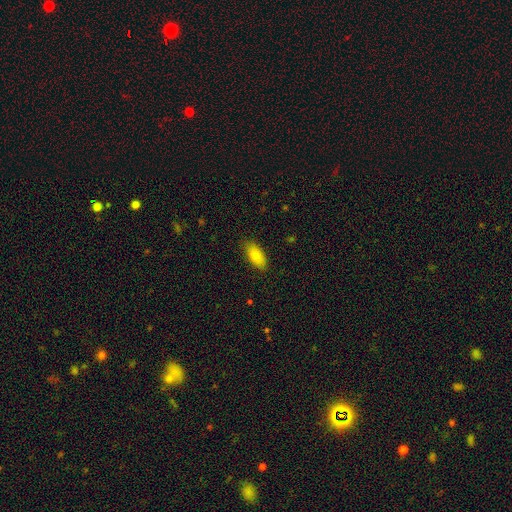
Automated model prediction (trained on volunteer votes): Smooth or featured? Predicted: smooth (p=0.78). How rounded? Predicted: in between (p=0.88). Merging? Predicted: none (p=0.86).